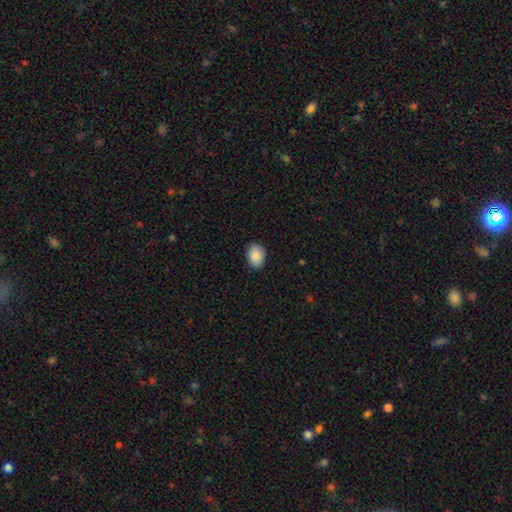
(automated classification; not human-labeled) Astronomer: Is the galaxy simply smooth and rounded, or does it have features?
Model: smooth — 88%.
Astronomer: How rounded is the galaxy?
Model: in between — 76%.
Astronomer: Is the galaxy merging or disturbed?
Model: none — 89%.